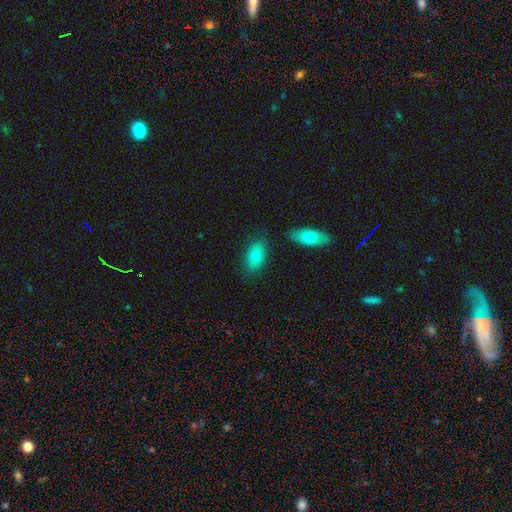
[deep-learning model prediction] Overall: smooth (79%). How rounded: in between (90%). Merging: none (78%).